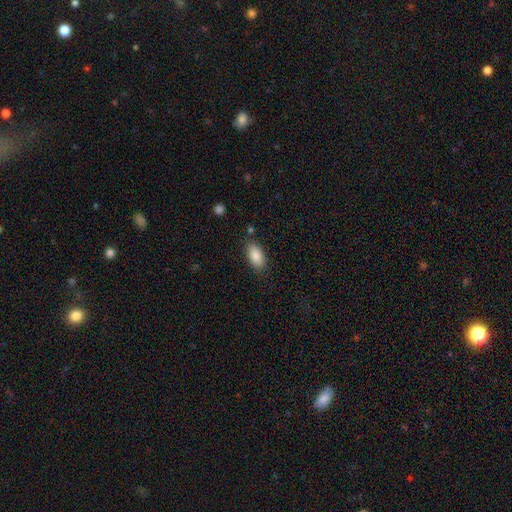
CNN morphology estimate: The model was most divided on "merging": none: 83%, minor disturbance: 11%, major disturbance: 3%, merger: 2%. More confident: how rounded — in between (92%); smooth or featured — smooth (88%).